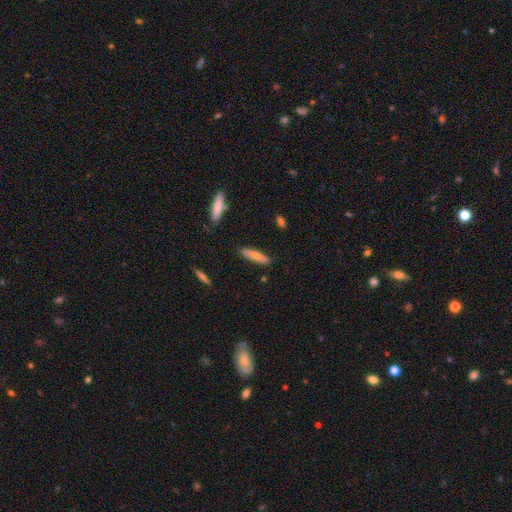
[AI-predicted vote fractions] smooth 71%, featured or disk 22%, star or artifact 7%. Down the decision tree: how rounded — cigar-shaped (71%); merging — none (84%).